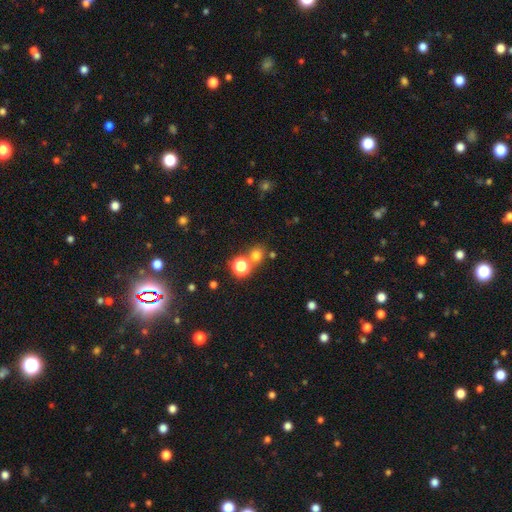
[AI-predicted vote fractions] A smooth galaxy with no disk features (70%) that is round (83%).

Vote fractions:
- Smooth or featured? smooth: 70% / star or artifact: 23% / featured or disk: 7%
- How rounded? round: 83% / in between: 16% / cigar-shaped: 1%
- Merging? none: 68% / merger: 21% / minor disturbance: 8% / major disturbance: 4%